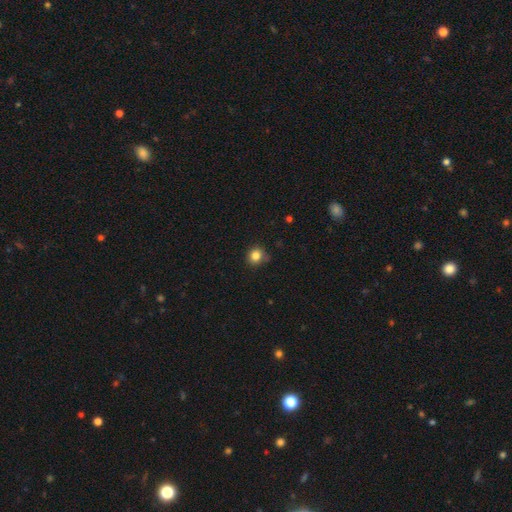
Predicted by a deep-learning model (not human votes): smooth_or_featured: smooth (p=0.83) [alt: star or artifact p=0.12]
how_rounded: round (p=0.87) [alt: in between p=0.12]
merging: none (p=0.79) [alt: minor disturbance p=0.16]